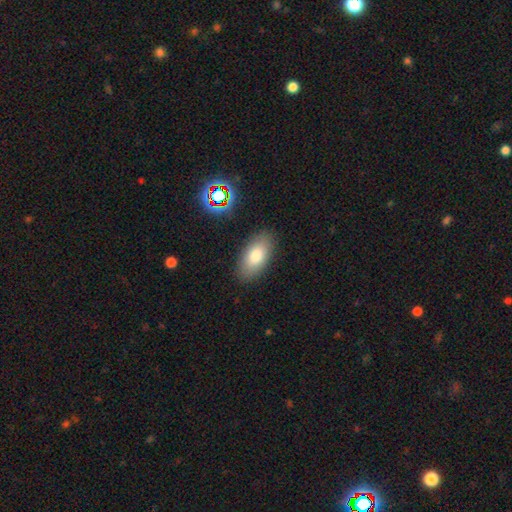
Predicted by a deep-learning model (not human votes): Q: Smooth or featured?
A: smooth (80%); runner-up: featured or disk (12%)
Q: How rounded?
A: in between (92%); runner-up: cigar-shaped (4%)
Q: Merging?
A: none (87%); runner-up: minor disturbance (10%)